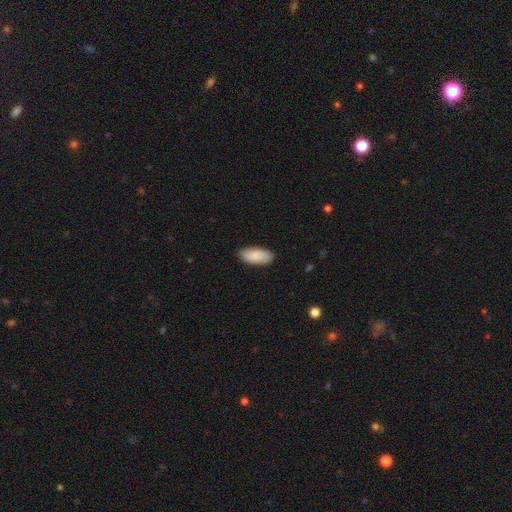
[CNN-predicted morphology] smooth 89%, featured or disk 5%, star or artifact 5%. Down the decision tree: how rounded — in between (90%); merging — none (89%).